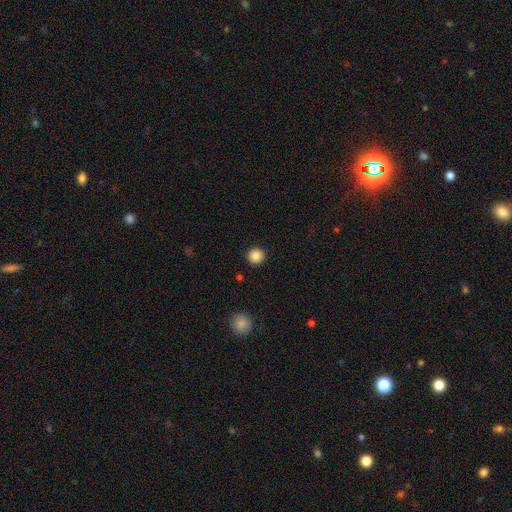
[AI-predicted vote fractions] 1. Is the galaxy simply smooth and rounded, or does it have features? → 86% smooth, 10% star or artifact, 4% featured or disk.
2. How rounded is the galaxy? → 96% round, 3% in between, 1% cigar-shaped.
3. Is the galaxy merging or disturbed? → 93% none, 4% minor disturbance, 2% major disturbance, 1% merger.